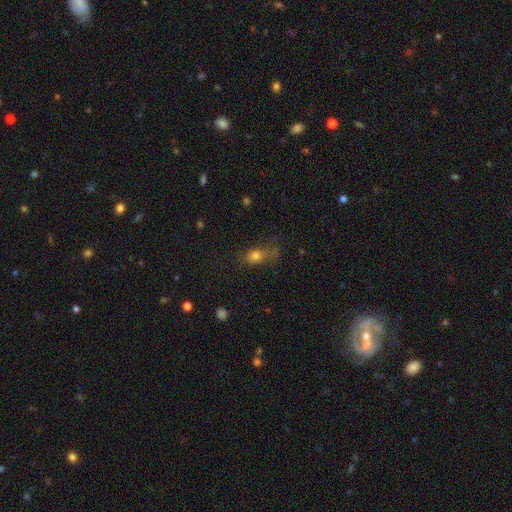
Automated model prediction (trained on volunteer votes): Smooth or featured: smooth — 77% (star or artifact — 13%)
How rounded: in between — 66% (round — 28%)
Merging: none — 56% (minor disturbance — 25%)